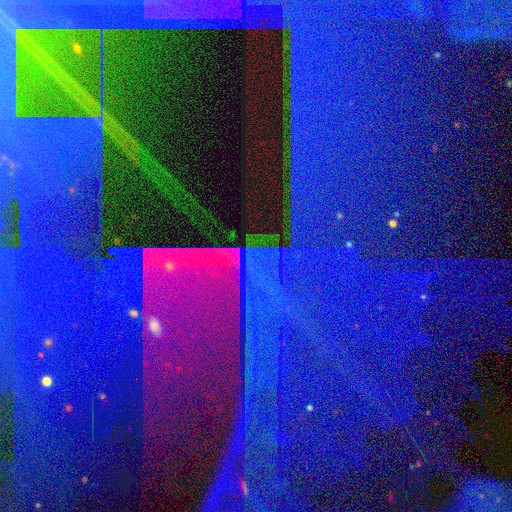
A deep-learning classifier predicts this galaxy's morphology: smooth-or-featured: star or artifact: 89% | featured or disk: 6% | smooth: 5%